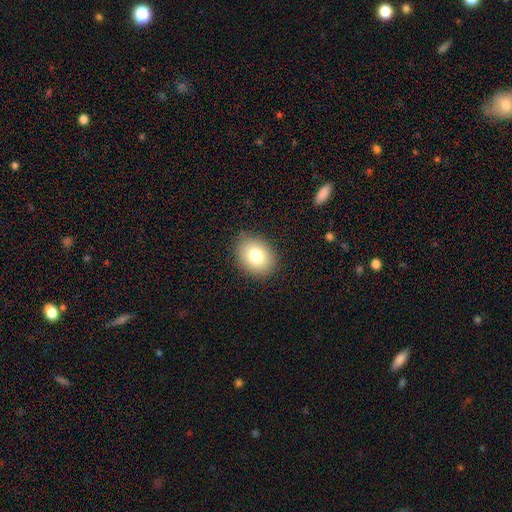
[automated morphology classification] Overall: smooth (78%). How rounded: in between (60%; round 39%). Merging: none (85%).